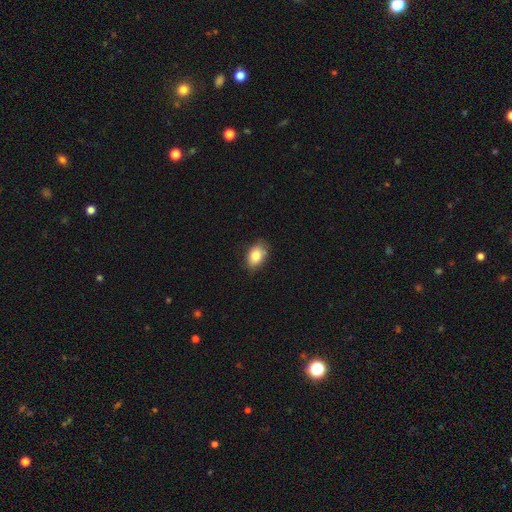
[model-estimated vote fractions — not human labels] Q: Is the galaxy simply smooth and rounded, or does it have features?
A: smooth — 85%.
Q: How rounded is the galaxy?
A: in between — 85%.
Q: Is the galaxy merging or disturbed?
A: none — 77%.